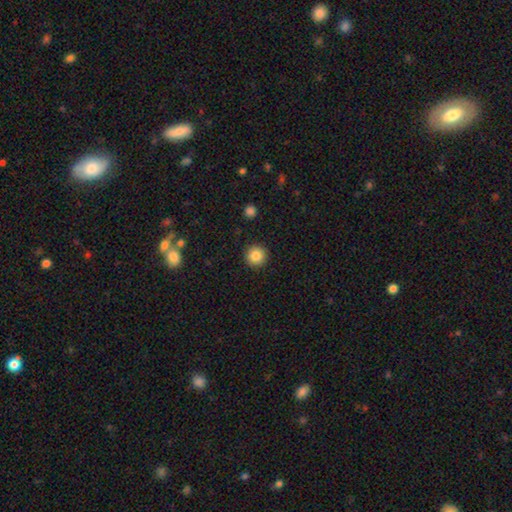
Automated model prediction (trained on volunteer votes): A smooth galaxy with no disk features (85%) that is round (96%).

Vote fractions:
- Smooth or featured? smooth: 85% / star or artifact: 10% / featured or disk: 5%
- How rounded? round: 96% / in between: 3% / cigar-shaped: 1%
- Merging? none: 92% / minor disturbance: 5% / major disturbance: 2% / merger: 1%